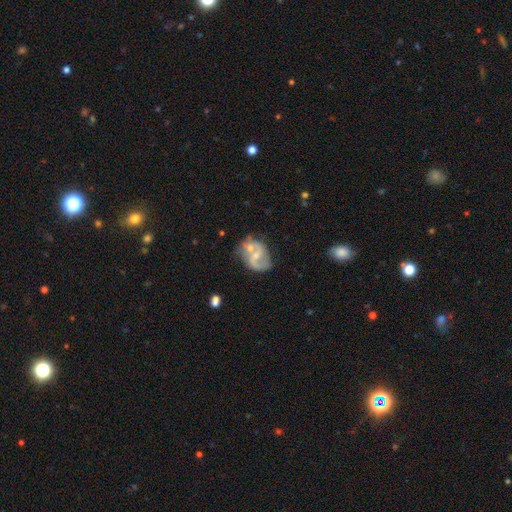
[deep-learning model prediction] Smooth or featured? featured or disk (74%)
Edge-on disk? no (98%)
Bar? weak (45%)
Spiral arms? yes (84%)
Spiral winding? loose (46%)
Spiral arm count? 2 (85%)
Bulge size? small (49%)
Merging? none (42%)